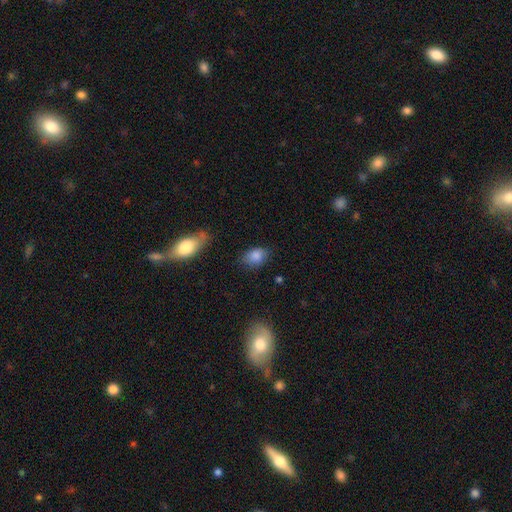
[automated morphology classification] Smooth or featured? smooth (85%)
How rounded? in between (80%)
Merging? none (73%)